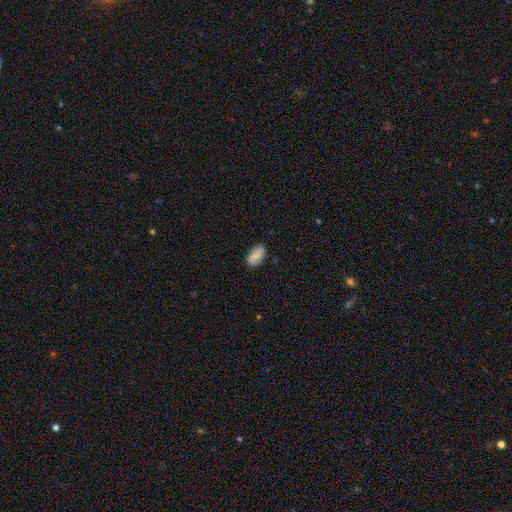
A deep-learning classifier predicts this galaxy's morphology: smooth_or_featured: smooth (p=0.75) [alt: featured or disk p=0.18]
how_rounded: in between (p=0.93) [alt: round p=0.04]
merging: none (p=0.85) [alt: minor disturbance p=0.12]